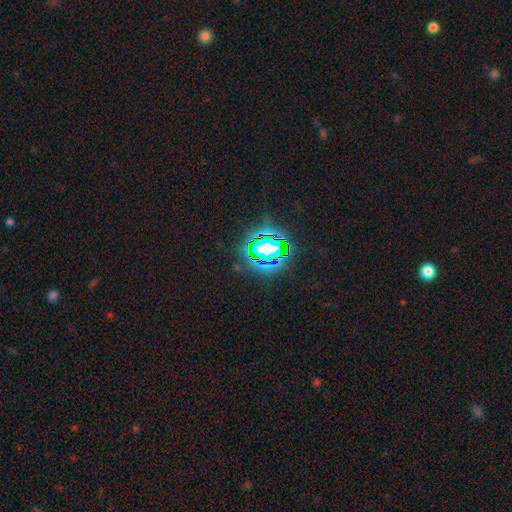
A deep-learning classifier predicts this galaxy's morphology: This is clearly a star or artifact rather than a galaxy (83%).